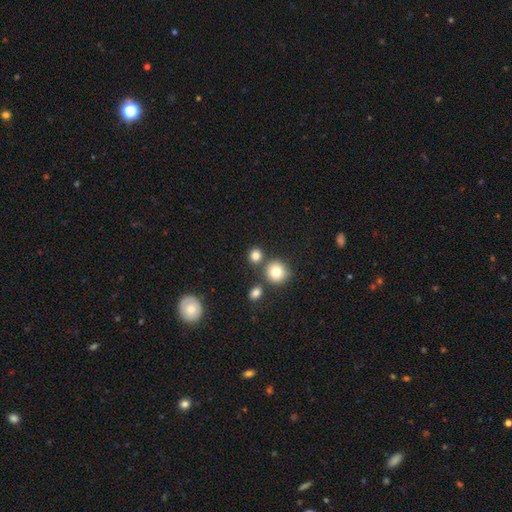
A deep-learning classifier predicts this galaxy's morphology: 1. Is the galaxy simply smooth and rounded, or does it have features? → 81% smooth, 12% star or artifact, 7% featured or disk.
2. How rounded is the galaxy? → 84% round, 14% in between, 1% cigar-shaped.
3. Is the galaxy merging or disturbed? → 73% none, 15% merger, 9% minor disturbance, 3% major disturbance.